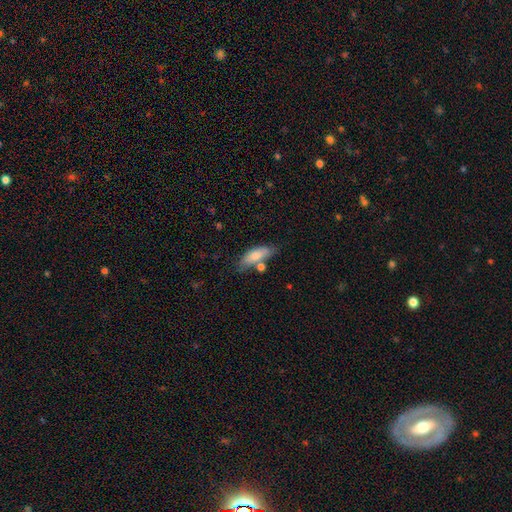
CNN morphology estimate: Overall: smooth (77%). How rounded: in between (59%; cigar-shaped 39%). Merging: none (60%).